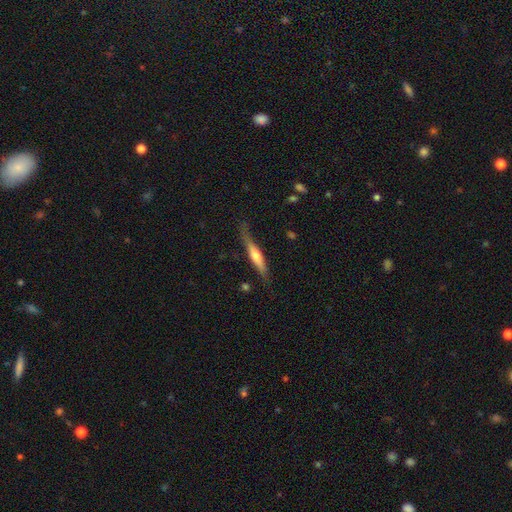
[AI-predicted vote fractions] Q: Smooth or featured?
A: featured or disk (54%); runner-up: smooth (40%)
Q: Edge-on disk?
A: yes (93%); runner-up: no (7%)
Q: Edge-on bulge?
A: rounded (79%); runner-up: none (12%)
Q: Merging?
A: none (71%); runner-up: minor disturbance (22%)